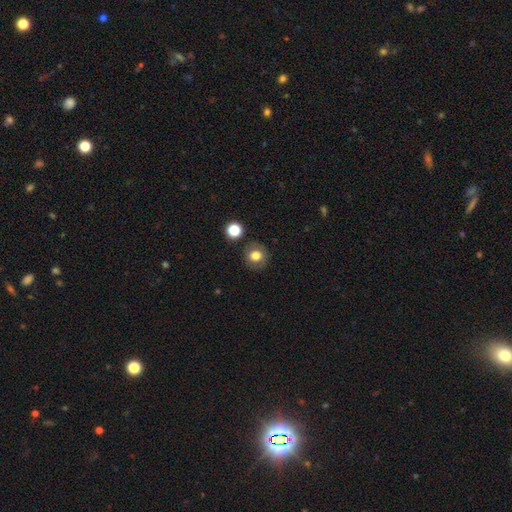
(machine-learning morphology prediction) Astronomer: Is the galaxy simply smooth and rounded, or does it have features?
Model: smooth — 76%.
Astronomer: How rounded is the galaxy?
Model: round — 86%.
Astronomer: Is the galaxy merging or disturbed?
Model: none — 86%.